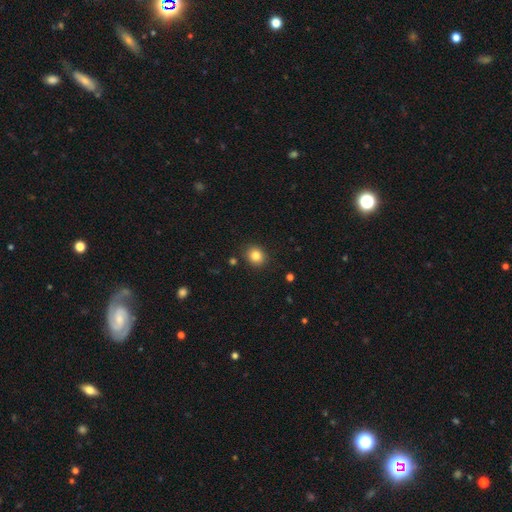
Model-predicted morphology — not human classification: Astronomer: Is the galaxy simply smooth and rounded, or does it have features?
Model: smooth — 83%.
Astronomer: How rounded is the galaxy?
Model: round — 73%.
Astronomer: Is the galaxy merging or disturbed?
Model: none — 88%.